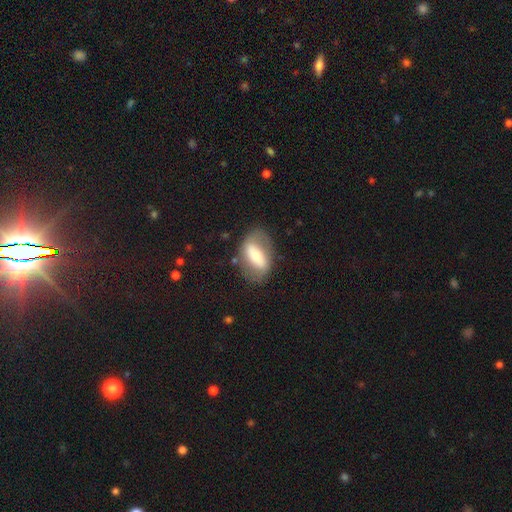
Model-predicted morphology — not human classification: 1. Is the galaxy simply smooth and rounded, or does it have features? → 51% featured or disk, 43% smooth, 6% star or artifact.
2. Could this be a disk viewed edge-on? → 86% no, 14% yes.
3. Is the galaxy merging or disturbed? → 69% none, 18% minor disturbance, 10% major disturbance, 2% merger.